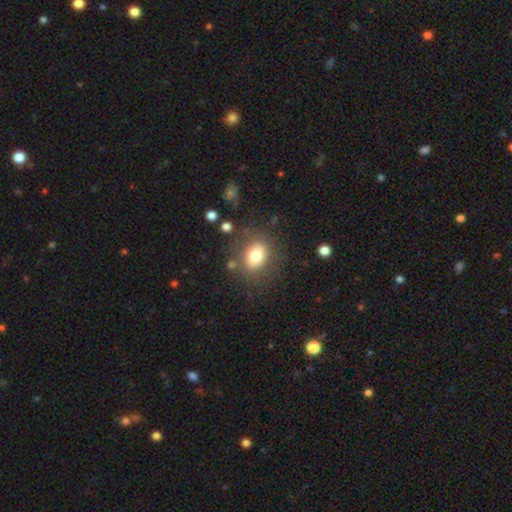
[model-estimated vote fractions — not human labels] smooth_or_featured: smooth (p=0.73) [alt: featured or disk p=0.16]
how_rounded: round (p=0.54) [alt: in between p=0.45]
merging: none (p=0.76) [alt: minor disturbance p=0.13]